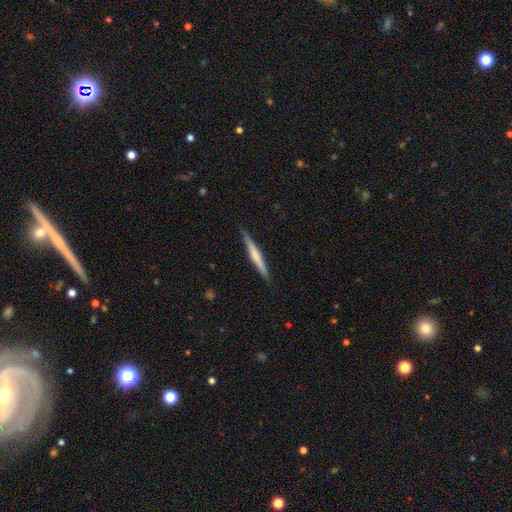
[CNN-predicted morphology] Smooth or featured? smooth (52%)
How rounded? cigar-shaped (96%)
Merging? none (89%)